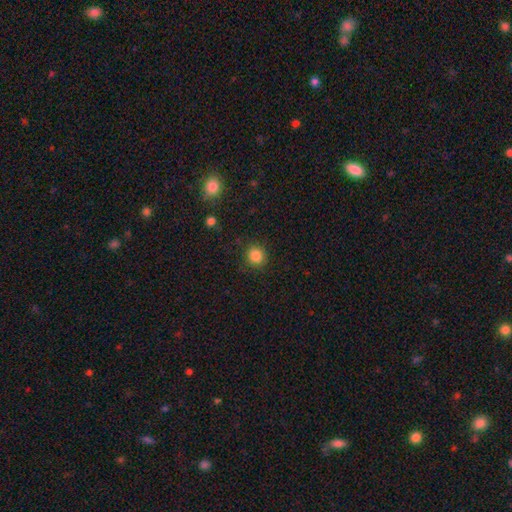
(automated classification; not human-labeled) Smooth or featured: smooth — 85% (star or artifact — 11%)
How rounded: round — 87% (in between — 12%)
Merging: none — 88% (minor disturbance — 8%)